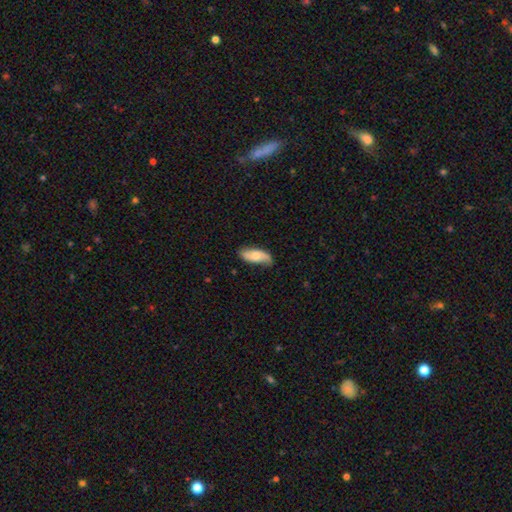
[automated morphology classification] Overall: smooth (53%; featured or disk 40%). How rounded: in between (80%). Merging: none (73%).